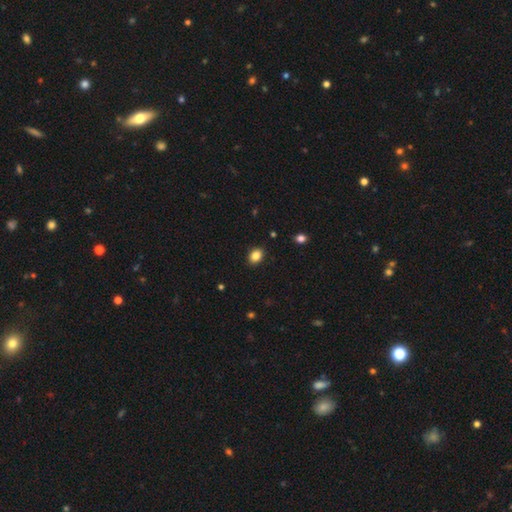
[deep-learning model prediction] Smooth or featured: smooth — 86% (star or artifact — 10%)
How rounded: in between — 61% (round — 38%)
Merging: none — 89% (minor disturbance — 8%)